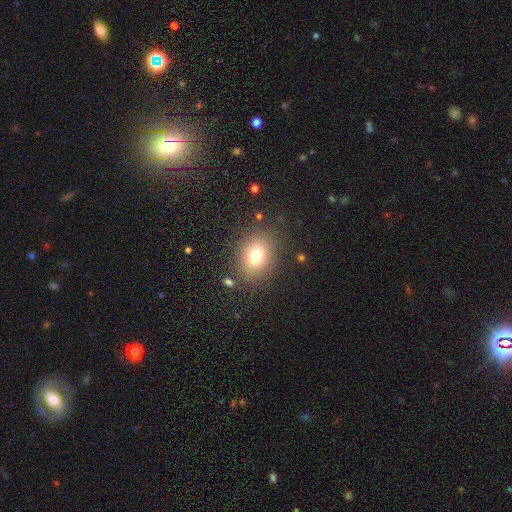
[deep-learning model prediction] Smooth or featured? Predicted: smooth (p=0.76). How rounded? Predicted: in between (p=0.54). Merging? Predicted: none (p=0.83).